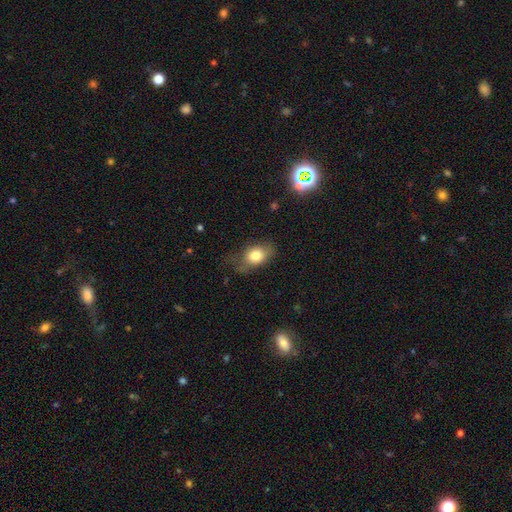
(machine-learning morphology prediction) type=smooth (78%); roundness=in between (75%); merging=none (56%).